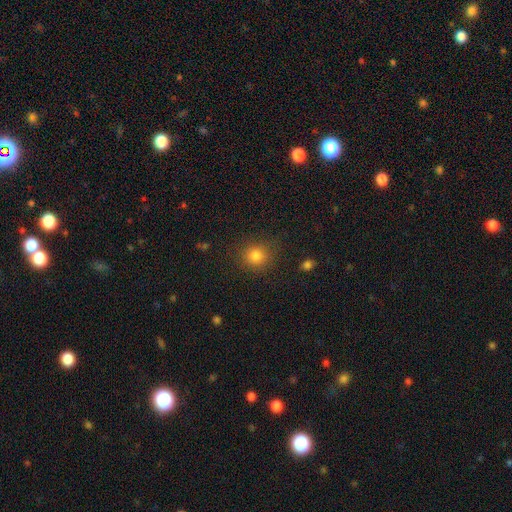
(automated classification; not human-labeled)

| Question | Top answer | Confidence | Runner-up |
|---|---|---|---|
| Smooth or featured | smooth | 82% | star or artifact (12%) |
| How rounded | round | 85% | in between (14%) |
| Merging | none | 84% | minor disturbance (11%) |